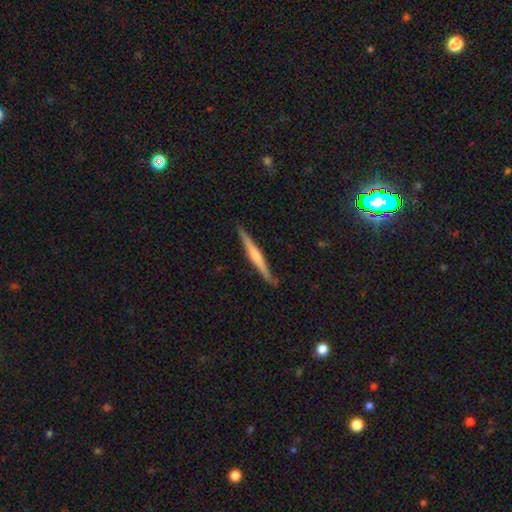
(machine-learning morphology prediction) Smooth or featured?
  - featured or disk: 60% *
  - smooth: 35%
  - star or artifact: 5%
Edge-on disk?
  - yes: 98% *
  - no: 2%
Edge-on bulge?
  - rounded: 52% *
  - none: 32%
  - boxy: 16%
Merging?
  - none: 89% *
  - minor disturbance: 8%
  - major disturbance: 1%
  - merger: 1%